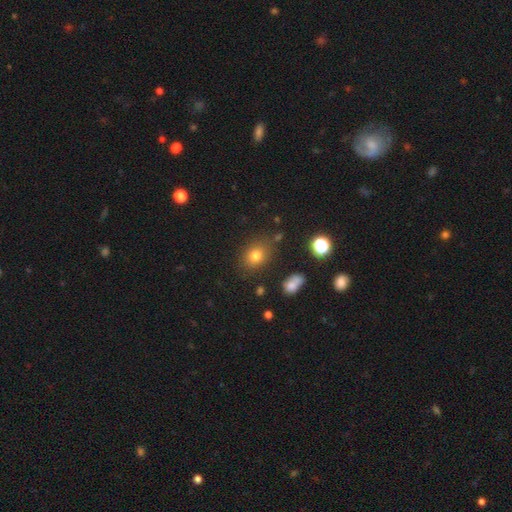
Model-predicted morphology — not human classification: type=smooth (76%); roundness=in between (52%); merging=none (79%).